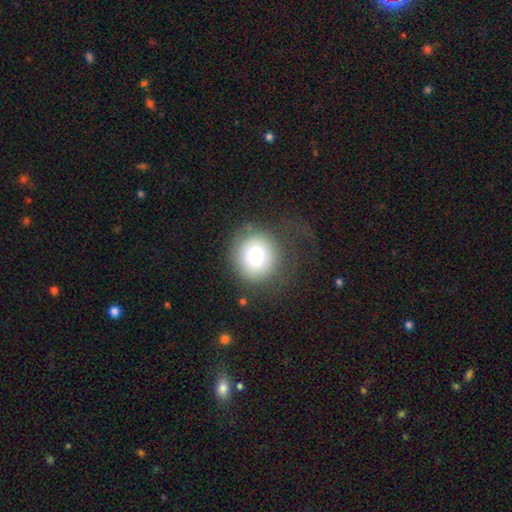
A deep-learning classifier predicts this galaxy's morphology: The model was most divided on "merging": none: 63%, major disturbance: 19%, minor disturbance: 17%, merger: 2%. More confident: how rounded — round (88%); smooth or featured — smooth (75%).